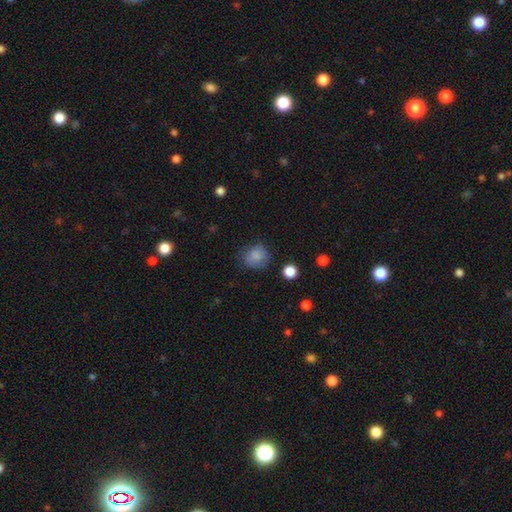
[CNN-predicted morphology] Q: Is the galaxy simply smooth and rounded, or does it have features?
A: smooth — 78%.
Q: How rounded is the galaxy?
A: round — 76%.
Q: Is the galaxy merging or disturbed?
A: none — 63%.